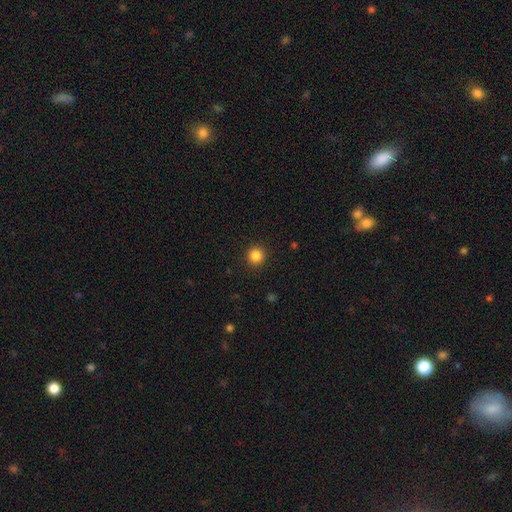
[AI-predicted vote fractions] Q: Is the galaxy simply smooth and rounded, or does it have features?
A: smooth — 86%.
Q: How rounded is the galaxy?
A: round — 94%.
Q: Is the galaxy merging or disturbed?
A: none — 92%.